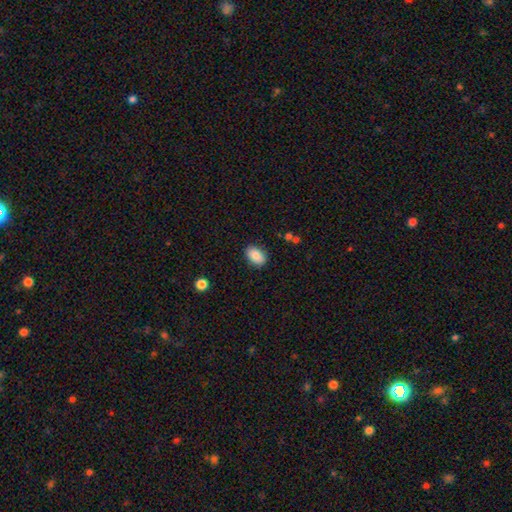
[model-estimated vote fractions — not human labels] Smooth or featured? smooth (85%)
How rounded? in between (87%)
Merging? none (86%)